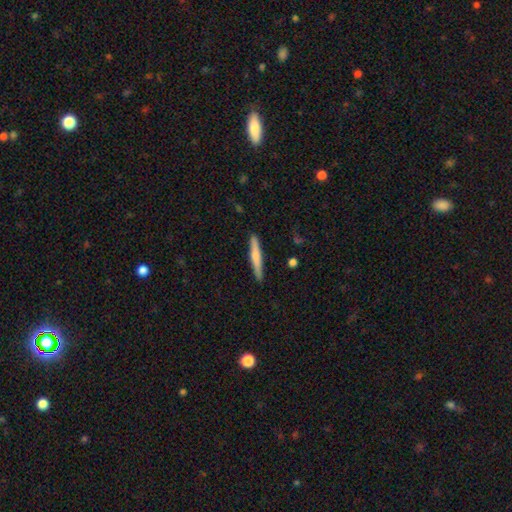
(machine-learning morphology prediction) Q: Smooth or featured?
A: smooth (58%); runner-up: featured or disk (37%)
Q: How rounded?
A: cigar-shaped (94%); runner-up: in between (4%)
Q: Merging?
A: none (89%); runner-up: minor disturbance (8%)